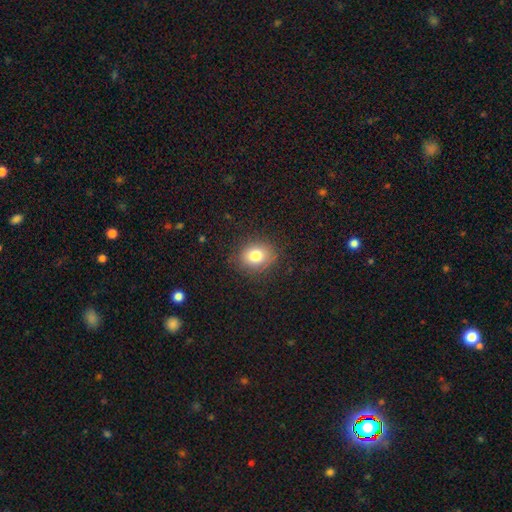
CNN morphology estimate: Smooth or featured? Predicted: smooth (p=0.79). How rounded? Predicted: round (p=0.53). Merging? Predicted: none (p=0.83).